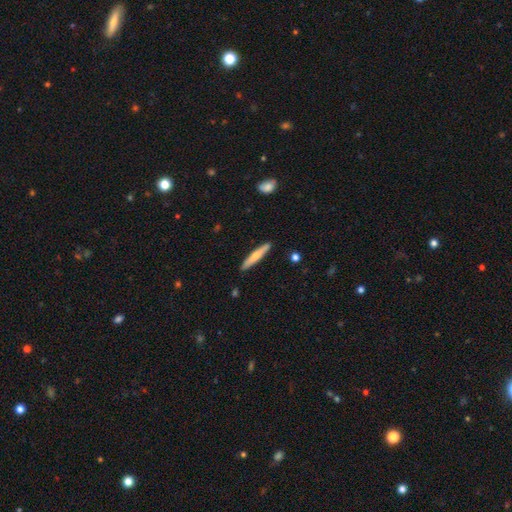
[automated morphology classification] This appears to be a smooth galaxy with no disk features (58%) that is cigar-shaped (92%). Merging: none (90%).